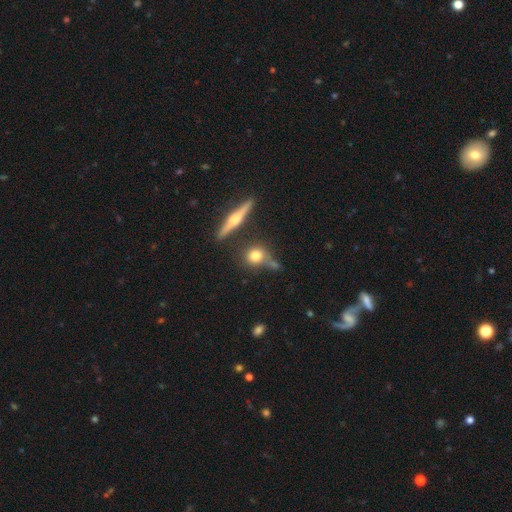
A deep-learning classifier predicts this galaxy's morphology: The model was most divided on "merging": none: 64%, merger: 15%, minor disturbance: 15%, major disturbance: 6%. More confident: how rounded — round (78%); smooth or featured — smooth (70%).